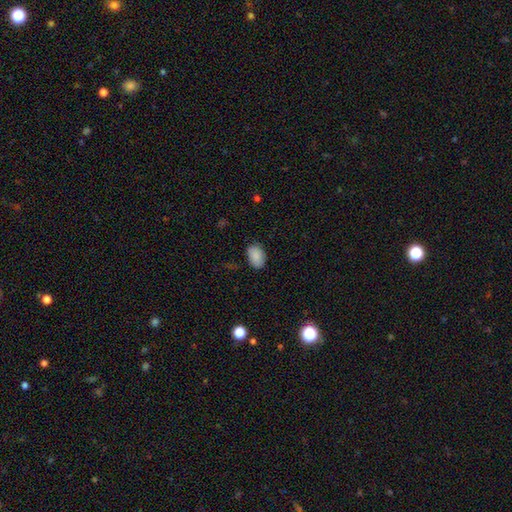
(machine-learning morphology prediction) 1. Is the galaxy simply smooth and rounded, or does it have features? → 89% smooth, 8% star or artifact, 4% featured or disk.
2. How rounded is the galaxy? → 87% in between, 12% round, 1% cigar-shaped.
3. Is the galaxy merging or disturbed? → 82% none, 14% minor disturbance, 3% major disturbance, 1% merger.